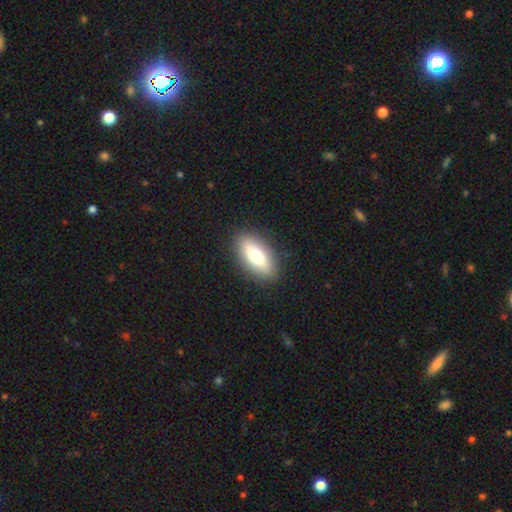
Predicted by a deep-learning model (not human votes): smooth-or-featured: smooth: 70% | featured or disk: 24% | star or artifact: 7%
  how-rounded: in between: 80% | cigar-shaped: 16% | round: 3%
  merging: none: 89% | minor disturbance: 8% | major disturbance: 2% | merger: 1%